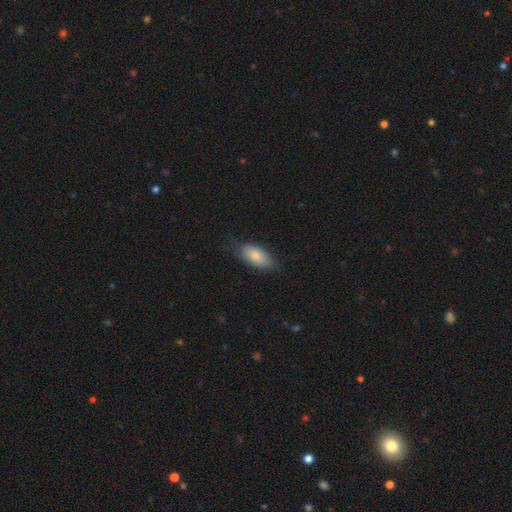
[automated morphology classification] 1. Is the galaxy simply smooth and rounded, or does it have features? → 81% smooth, 13% featured or disk, 6% star or artifact.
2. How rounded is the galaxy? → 90% in between, 7% cigar-shaped, 3% round.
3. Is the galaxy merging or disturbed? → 73% none, 21% minor disturbance, 5% major disturbance, 1% merger.